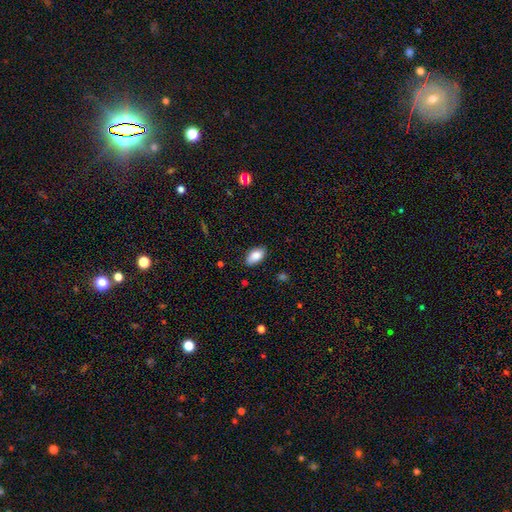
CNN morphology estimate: Overall: smooth (85%). How rounded: in between (93%). Merging: none (82%).